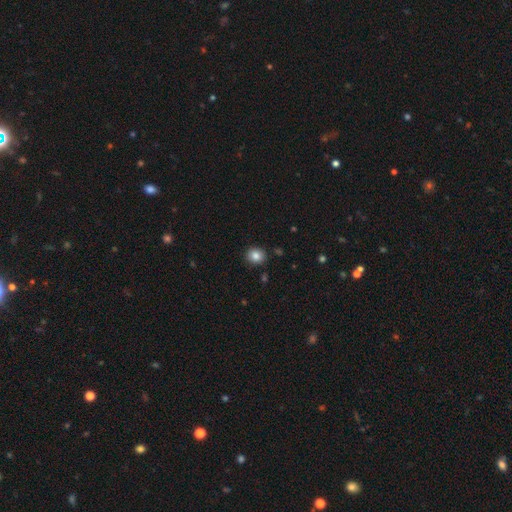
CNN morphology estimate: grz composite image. It shows a smooth galaxy with no disk features (84%) that is round (76%). Merging: none (89%).